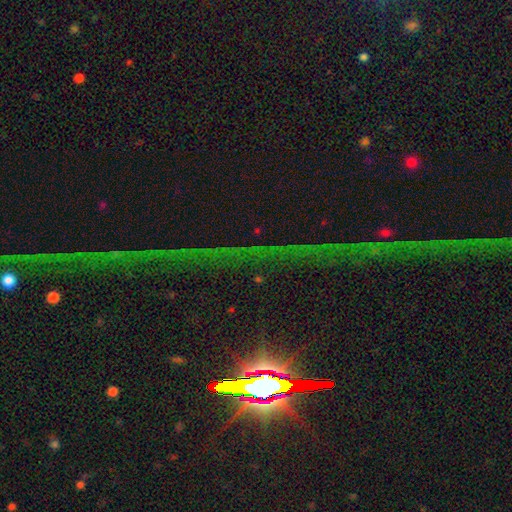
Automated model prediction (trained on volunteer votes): The model was most divided on "smooth or featured": star or artifact: 82%, featured or disk: 12%, smooth: 7%.